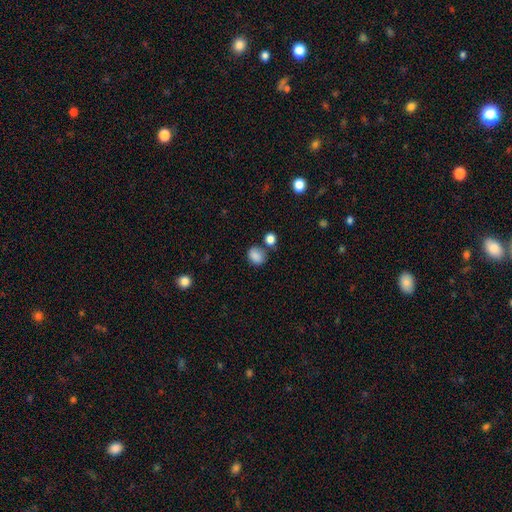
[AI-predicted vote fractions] Smooth or featured? Predicted: smooth (p=0.85). How rounded? Predicted: round (p=0.55). Merging? Predicted: none (p=0.68).